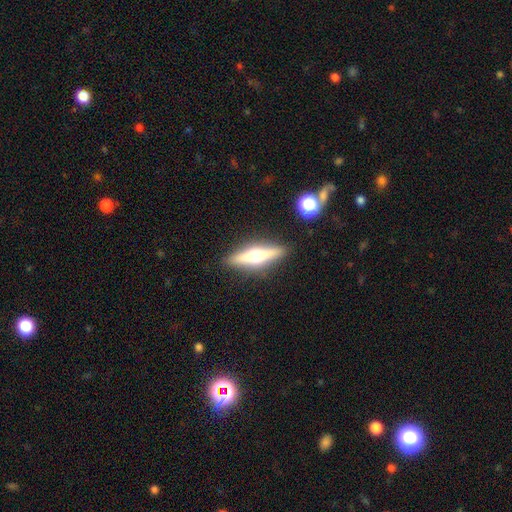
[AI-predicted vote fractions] This appears to be a featured or disk galaxy (62%) viewed edge-on (94%) with a rounded central bulge (94%). Merging: none (88%).